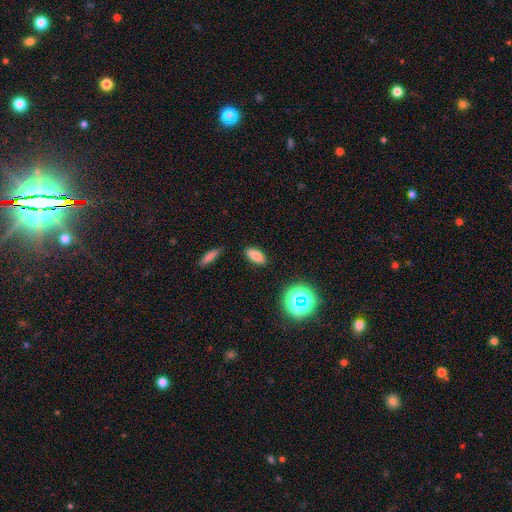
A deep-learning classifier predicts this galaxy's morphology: Overall: smooth (79%). How rounded: in between (85%). Merging: none (87%).